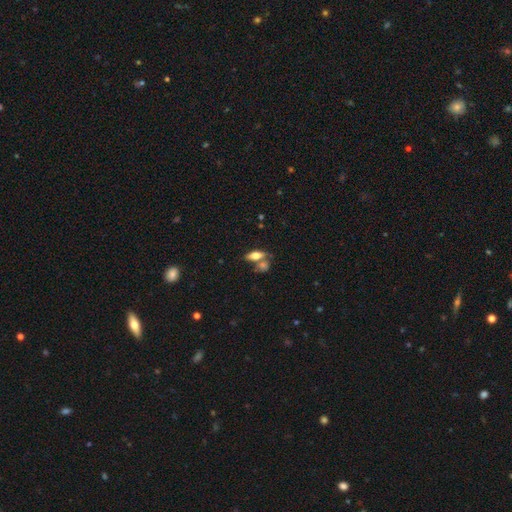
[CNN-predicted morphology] The model was most divided on "merging": none: 52%, merger: 32%, minor disturbance: 12%, major disturbance: 5%. More confident: how rounded — in between (76%); smooth or featured — smooth (62%).